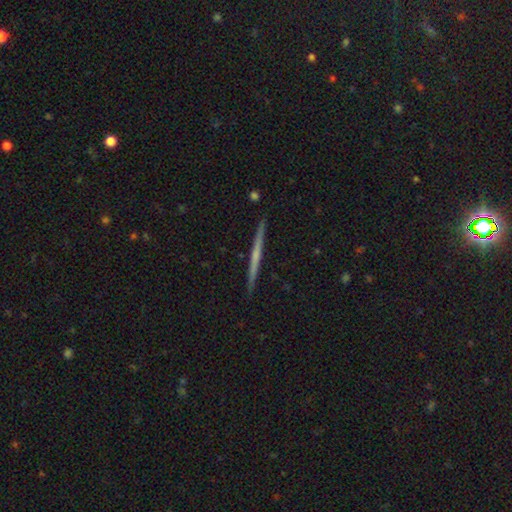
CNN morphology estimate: featured or disk 60%, smooth 35%, star or artifact 5%. Down the decision tree: edge-on disk — yes (98%); edge-on bulge — none (78%); merging — none (92%).